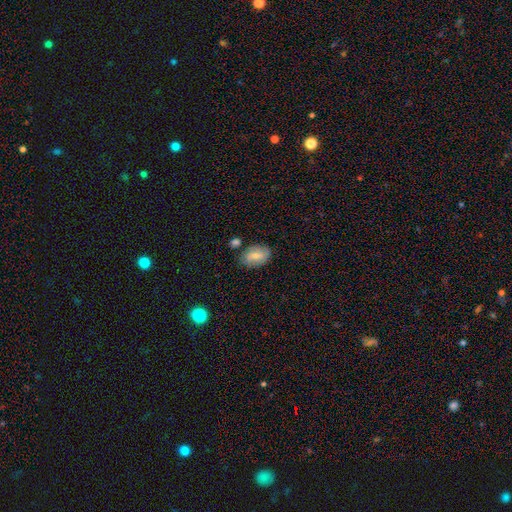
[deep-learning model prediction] A smooth galaxy with no disk features (65%) that is in between round and cigar-shaped (84%).

Vote fractions:
- Smooth or featured? smooth: 65% / featured or disk: 27% / star or artifact: 8%
- How rounded? in between: 84% / round: 14% / cigar-shaped: 2%
- Merging? none: 73% / minor disturbance: 17% / merger: 6% / major disturbance: 4%